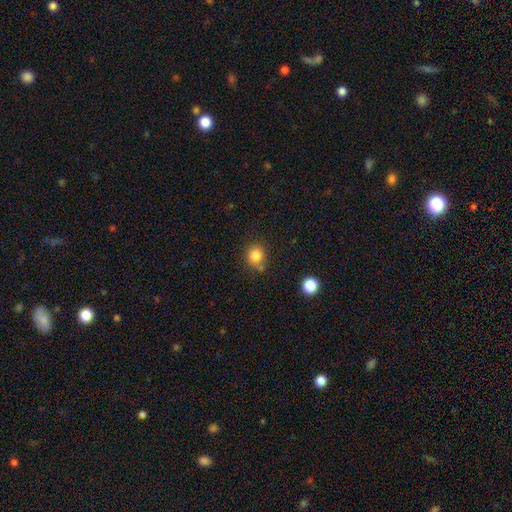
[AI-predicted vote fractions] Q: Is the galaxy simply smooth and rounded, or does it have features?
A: smooth — 82%.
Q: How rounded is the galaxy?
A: round — 81%.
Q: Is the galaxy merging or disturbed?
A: none — 70%.